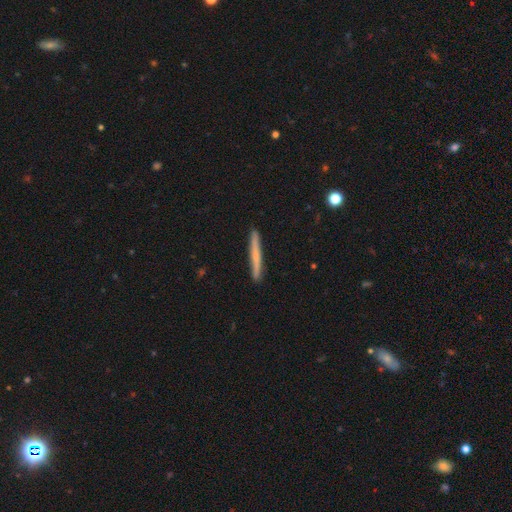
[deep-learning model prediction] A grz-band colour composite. It shows a smooth galaxy with no disk features (58%) that is cigar-shaped (97%). Merging: none (91%).